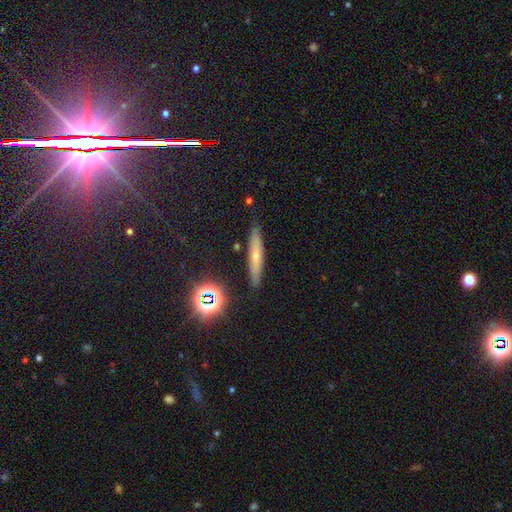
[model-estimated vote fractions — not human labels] The model was most divided on "smooth or featured": smooth: 47%, featured or disk: 39%, star or artifact: 15%. More confident: merging — none (87%).